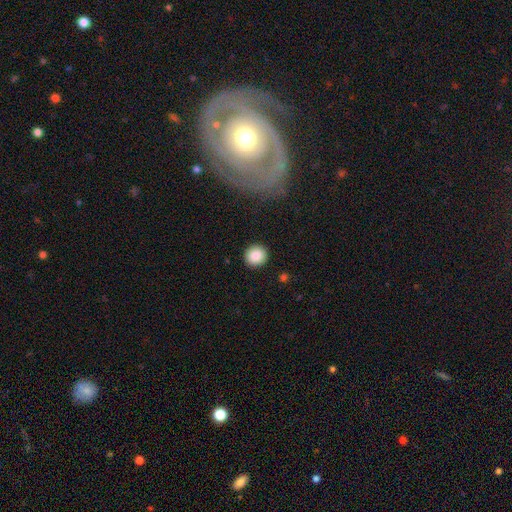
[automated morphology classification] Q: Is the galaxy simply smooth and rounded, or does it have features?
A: smooth — 88%.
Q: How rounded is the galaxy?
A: round — 93%.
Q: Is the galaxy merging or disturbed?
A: none — 92%.